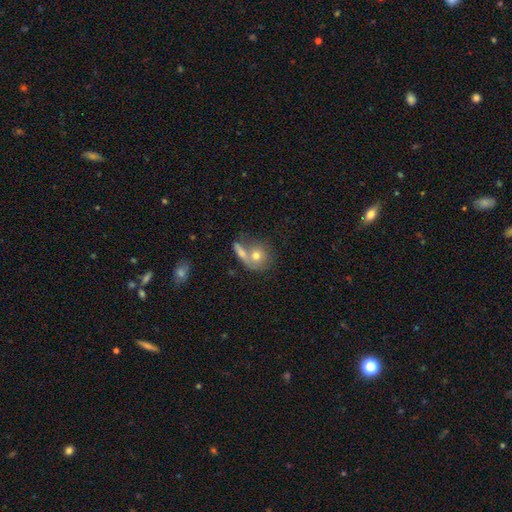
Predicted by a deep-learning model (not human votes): Smooth or featured? Predicted: smooth (p=0.66). How rounded? Predicted: round (p=0.75). Merging? Predicted: merger (p=0.42).